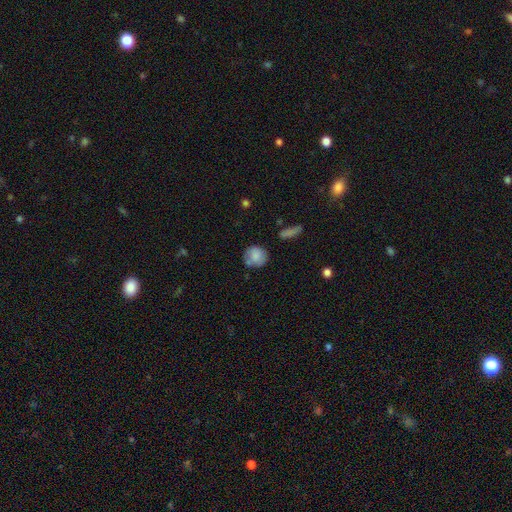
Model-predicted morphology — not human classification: smooth-or-featured: smooth: 78% | featured or disk: 14% | star or artifact: 8%
  how-rounded: round: 81% | in between: 17% | cigar-shaped: 1%
  merging: none: 65% | minor disturbance: 20% | merger: 9% | major disturbance: 6%